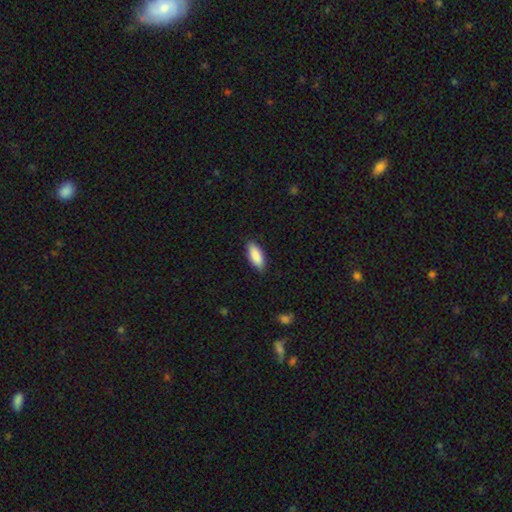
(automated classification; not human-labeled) Q: Smooth or featured?
A: smooth (88%); runner-up: featured or disk (6%)
Q: How rounded?
A: in between (76%); runner-up: cigar-shaped (22%)
Q: Merging?
A: none (86%); runner-up: minor disturbance (11%)